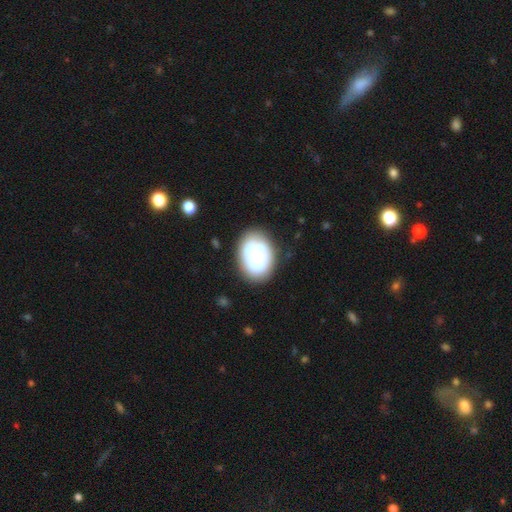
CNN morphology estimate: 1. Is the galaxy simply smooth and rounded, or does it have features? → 61% smooth, 31% featured or disk, 7% star or artifact.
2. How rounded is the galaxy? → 66% in between, 33% round, 1% cigar-shaped.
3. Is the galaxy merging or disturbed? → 62% none, 22% minor disturbance, 9% major disturbance, 6% merger.